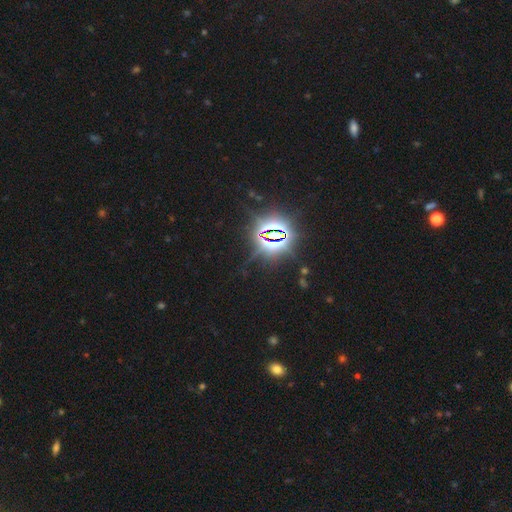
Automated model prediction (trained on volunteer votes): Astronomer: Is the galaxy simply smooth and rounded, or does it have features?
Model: star or artifact — 83%.